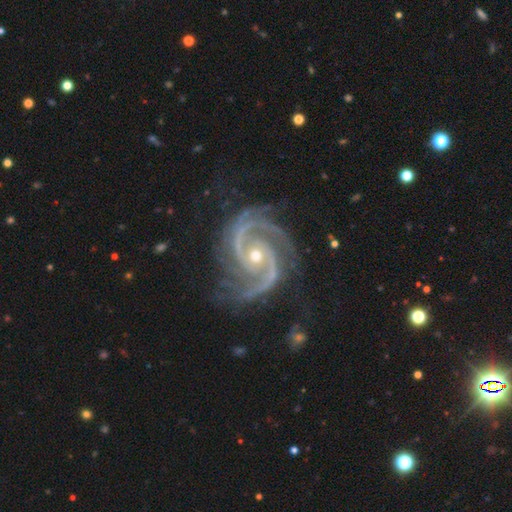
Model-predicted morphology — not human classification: A featured or disk galaxy (94%) with no bar (56%), 2 (73%) medium (52%) spiral arms (99%) and a small central bulge (54%). Merging: none (74%).